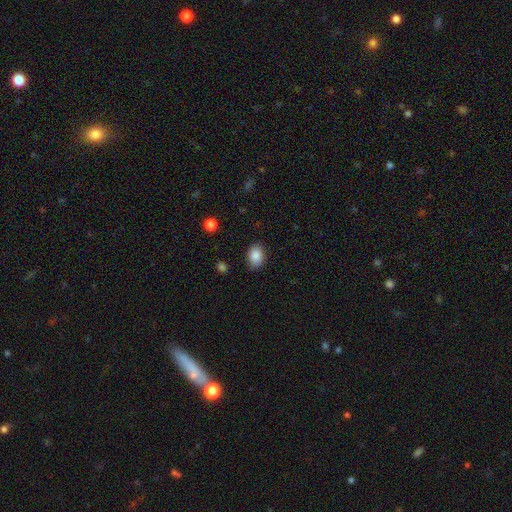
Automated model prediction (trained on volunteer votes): smooth-or-featured: smooth: 87% | star or artifact: 8% | featured or disk: 5%
  how-rounded: in between: 74% | round: 25% | cigar-shaped: 1%
  merging: none: 85% | minor disturbance: 11% | major disturbance: 3% | merger: 1%